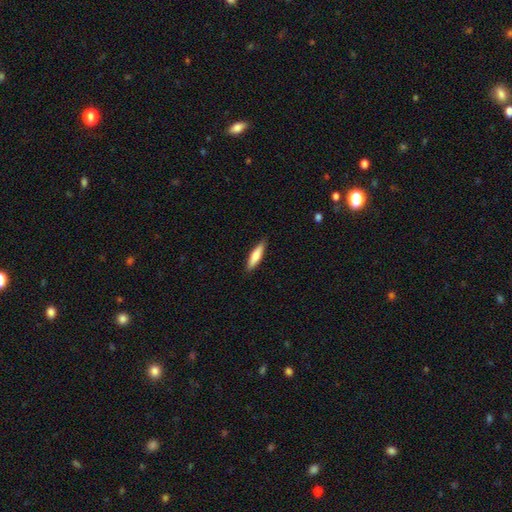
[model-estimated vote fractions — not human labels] Smooth or featured? smooth (74%)
How rounded? cigar-shaped (76%)
Merging? none (88%)